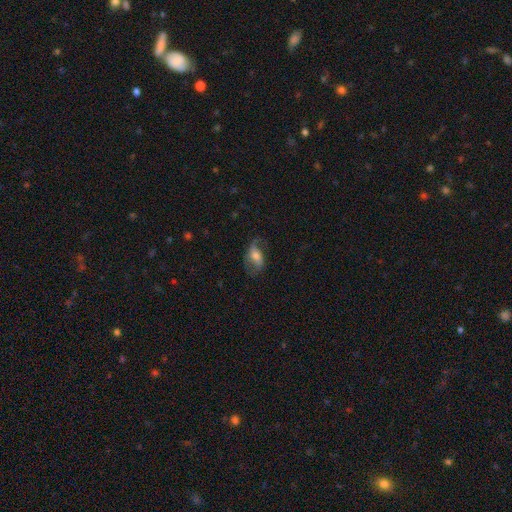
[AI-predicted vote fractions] The model was most divided on "smooth or featured": featured or disk: 53%, smooth: 38%, star or artifact: 8%. More confident: edge-on disk — no (93%); merging — none (53%).